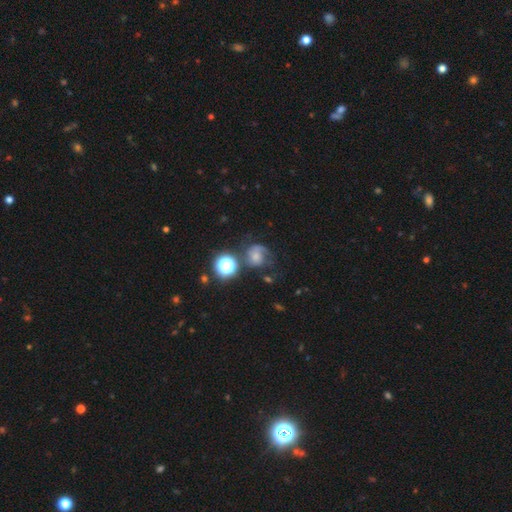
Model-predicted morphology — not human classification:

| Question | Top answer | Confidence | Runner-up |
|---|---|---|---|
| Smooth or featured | featured or disk | 44% | smooth (38%) |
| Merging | none | 43% | major disturbance (24%) |